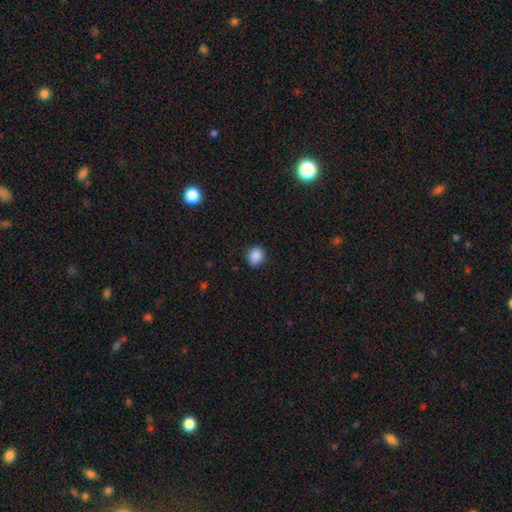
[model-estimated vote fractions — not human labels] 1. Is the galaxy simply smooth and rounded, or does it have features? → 88% smooth, 9% star or artifact, 3% featured or disk.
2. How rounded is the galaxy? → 61% round, 38% in between, 1% cigar-shaped.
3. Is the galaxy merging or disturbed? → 84% none, 13% minor disturbance, 3% major disturbance, 1% merger.